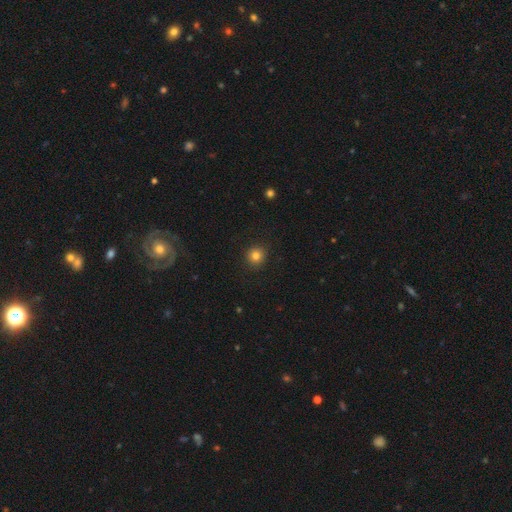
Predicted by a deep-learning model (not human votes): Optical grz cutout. It shows a smooth galaxy with no disk features (82%) that is round (92%). Merging: none (91%).